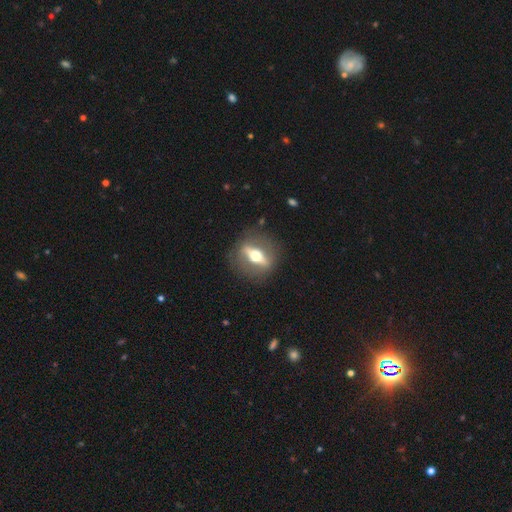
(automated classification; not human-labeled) A featured or disk galaxy (73%) viewed edge-on (64%).

Vote fractions:
- Smooth or featured? featured or disk: 73% / smooth: 20% / star or artifact: 7%
- Edge-on disk? yes: 64% / no: 36%
- Merging? none: 82% / minor disturbance: 10% / major disturbance: 7% / merger: 1%